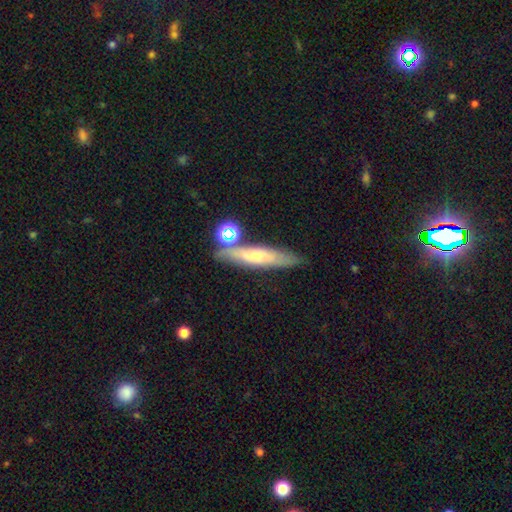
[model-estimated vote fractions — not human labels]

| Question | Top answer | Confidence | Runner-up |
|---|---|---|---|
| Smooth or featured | smooth | 45% | tied: featured or disk (45%) |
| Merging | none | 69% | minor disturbance (14%) |